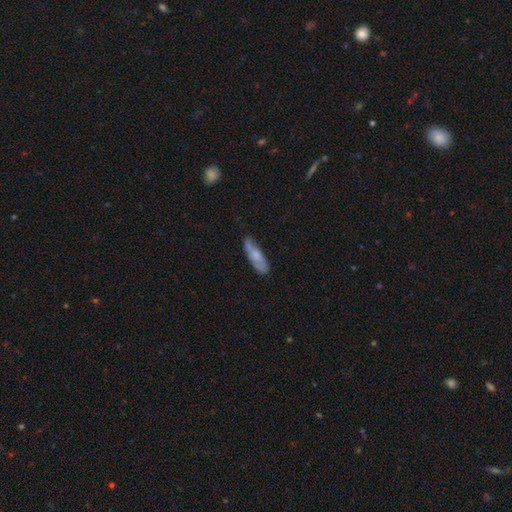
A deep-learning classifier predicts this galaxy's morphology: Q: Smooth or featured?
A: smooth (61%); runner-up: featured or disk (32%)
Q: How rounded?
A: cigar-shaped (54%); runner-up: in between (44%)
Q: Merging?
A: none (65%); runner-up: minor disturbance (26%)